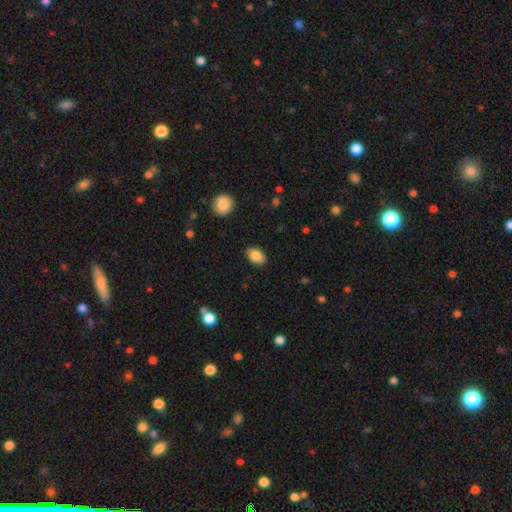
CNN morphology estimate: Overall: smooth (87%). How rounded: in between (84%). Merging: none (87%).